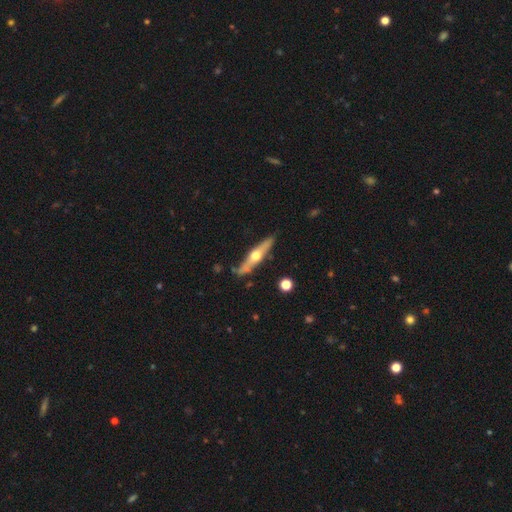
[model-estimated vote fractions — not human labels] Q: Smooth or featured?
A: featured or disk (66%); runner-up: smooth (29%)
Q: Edge-on disk?
A: yes (93%); runner-up: no (7%)
Q: Edge-on bulge?
A: rounded (95%); runner-up: none (3%)
Q: Merging?
A: none (80%); runner-up: minor disturbance (14%)